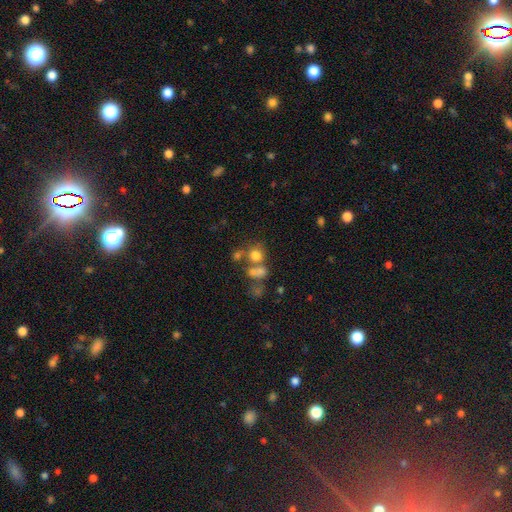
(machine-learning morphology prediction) This appears to be a smooth galaxy with no disk features (69%) that is round (78%). Merging: none (44%).